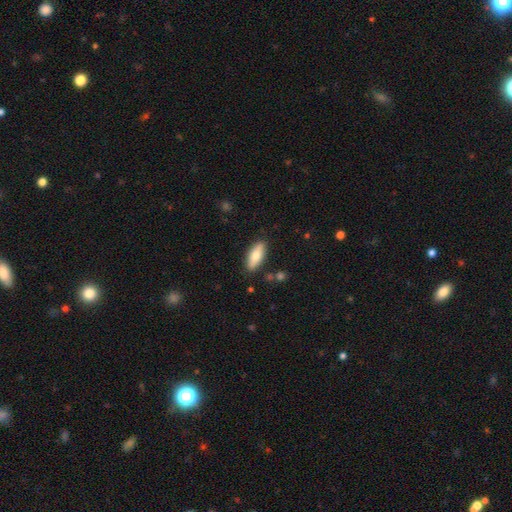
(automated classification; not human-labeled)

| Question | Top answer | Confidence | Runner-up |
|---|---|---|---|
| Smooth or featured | smooth | 75% | featured or disk (19%) |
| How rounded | in between | 73% | cigar-shaped (24%) |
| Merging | none | 85% | minor disturbance (11%) |